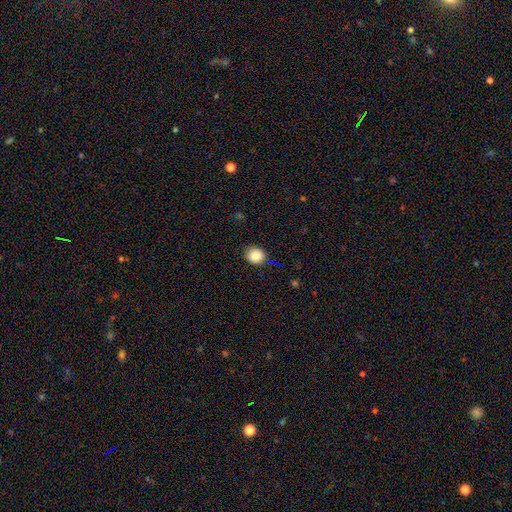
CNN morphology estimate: type=smooth (83%); roundness=round (89%); merging=none (87%).